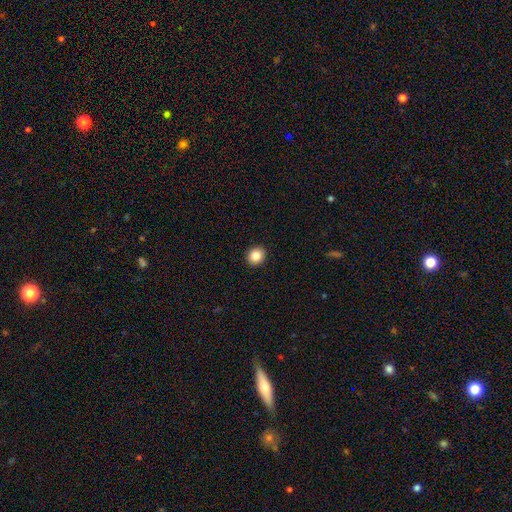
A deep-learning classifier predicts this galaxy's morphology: Q: Smooth or featured?
A: smooth (84%); runner-up: star or artifact (10%)
Q: How rounded?
A: round (83%); runner-up: in between (16%)
Q: Merging?
A: none (93%); runner-up: minor disturbance (4%)